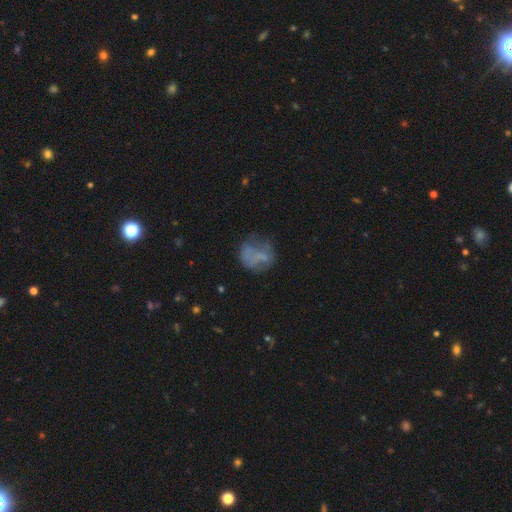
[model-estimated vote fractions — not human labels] Smooth or featured?
  - smooth: 51% *
  - featured or disk: 36%
  - star or artifact: 13%
How rounded?
  - round: 72% *
  - in between: 27%
  - cigar-shaped: 1%
Merging?
  - none: 49% *
  - minor disturbance: 24%
  - major disturbance: 20%
  - merger: 7%